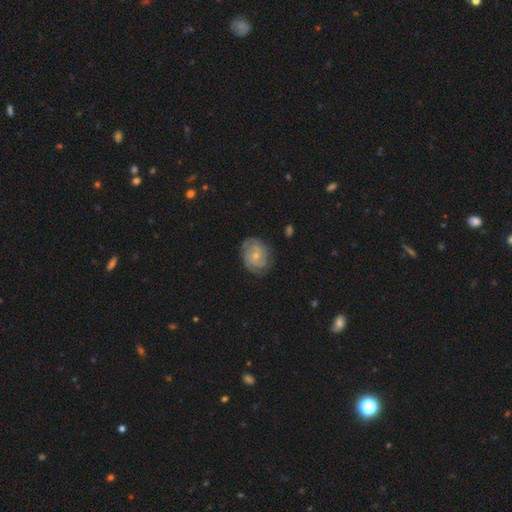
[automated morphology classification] The model was most divided on "spiral arm count": 2: 46%, can't tell: 24%, 3: 17%, 4: 5%, 1: 4%, more than 4: 4%. More confident: edge-on disk — no (98%); spiral arms — yes (93%); smooth or featured — featured or disk (79%); merging — none (77%); bar — no (69%); spiral winding — tight (66%); bulge size — small (62%).